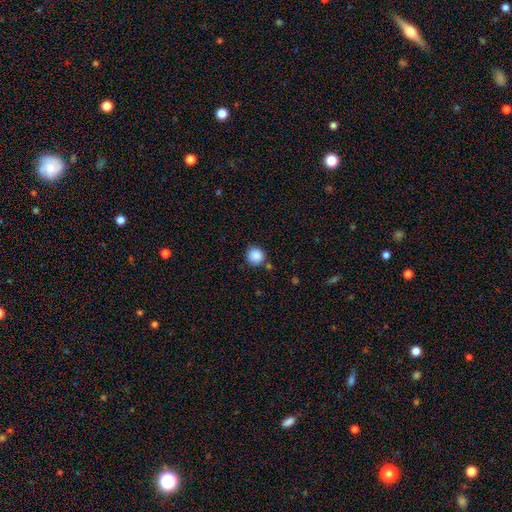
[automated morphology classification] A smooth galaxy with no disk features (88%) that is round (93%). Merging: none (81%).